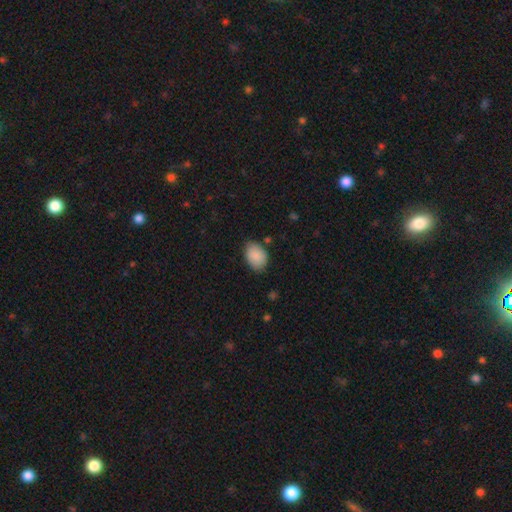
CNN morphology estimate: smooth 89%, star or artifact 6%, featured or disk 5%. Down the decision tree: how rounded — in between (82%); merging — none (78%).